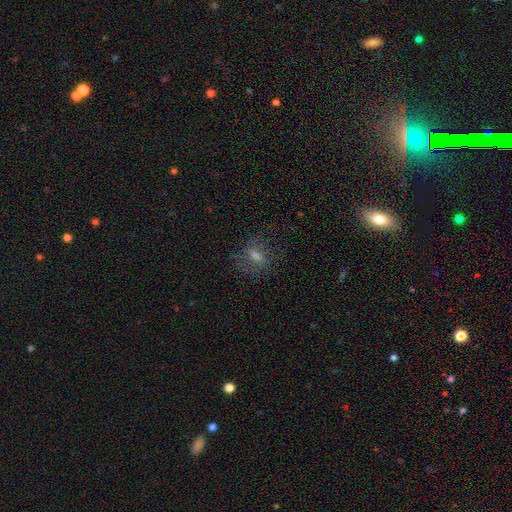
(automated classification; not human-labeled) A smooth galaxy with no disk features (43%). Merging: none (71%).